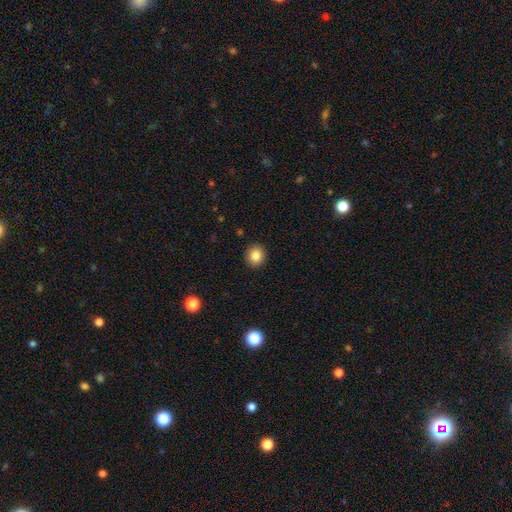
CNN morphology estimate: Overall: smooth (85%). How rounded: round (78%). Merging: none (91%).